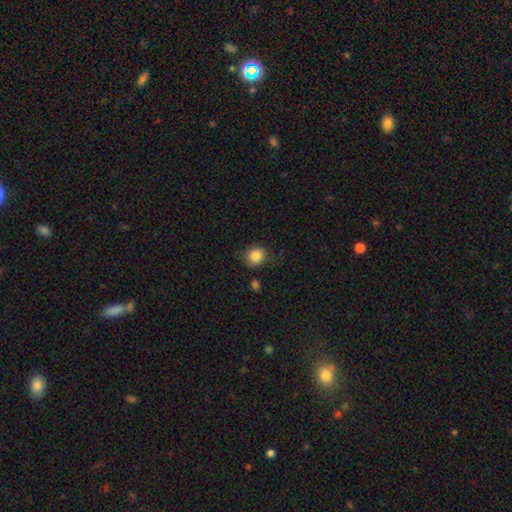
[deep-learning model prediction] A smooth galaxy with no disk features (86%) that is round (83%). Merging: none (78%).